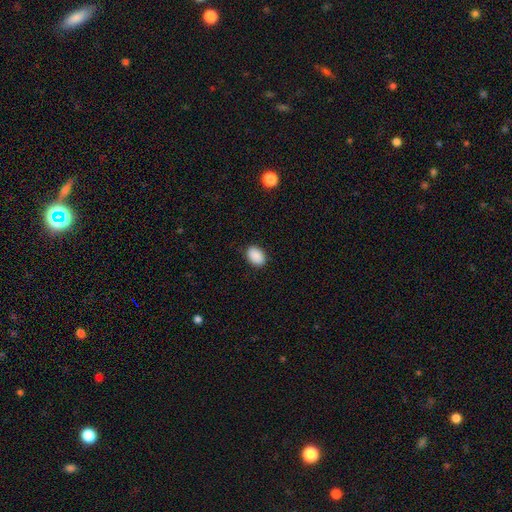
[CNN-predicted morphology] Q: Smooth or featured?
A: smooth (91%); runner-up: star or artifact (7%)
Q: How rounded?
A: in between (83%); runner-up: round (16%)
Q: Merging?
A: none (89%); runner-up: minor disturbance (8%)